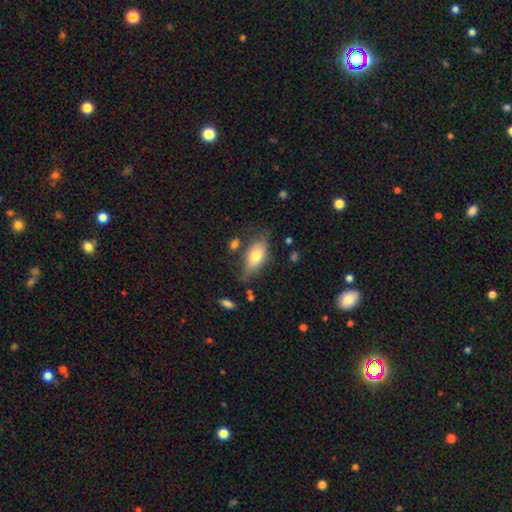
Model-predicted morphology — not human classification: The model was most divided on "merging": none: 63%, minor disturbance: 24%, major disturbance: 7%, merger: 5%. More confident: how rounded — in between (86%); smooth or featured — smooth (70%).